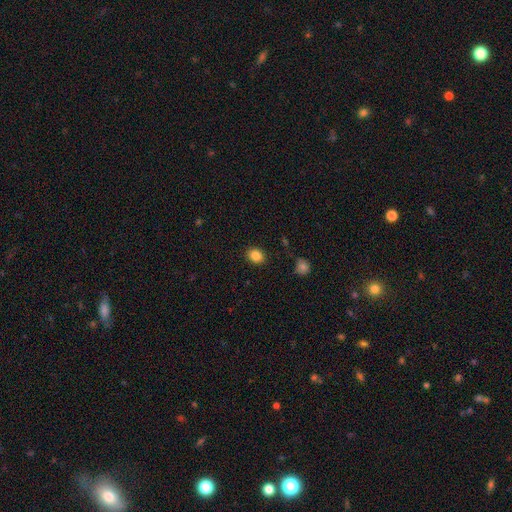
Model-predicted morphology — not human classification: Overall: smooth (85%). How rounded: in between (50%; round 49%). Merging: none (88%).